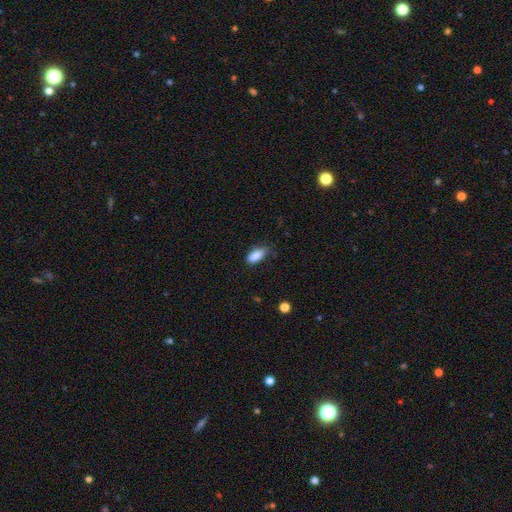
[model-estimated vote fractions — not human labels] Smooth or featured? smooth (87%)
How rounded? in between (88%)
Merging? none (61%)